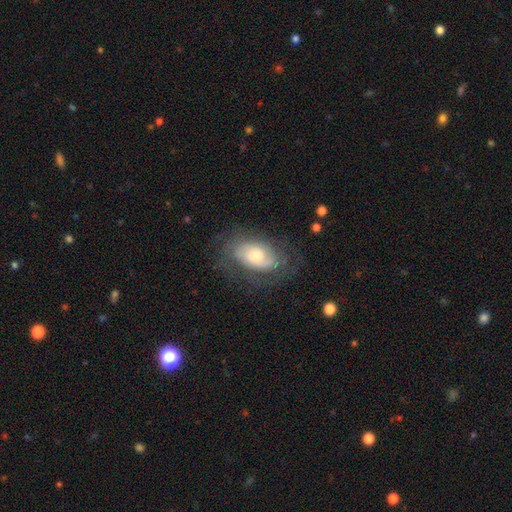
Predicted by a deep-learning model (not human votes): smooth-or-featured: featured or disk: 60% | smooth: 32% | star or artifact: 8%
  disk-edge-on: no: 94% | yes: 6%
    bar: no: 74% | weak: 22% | strong: 5%
    has-spiral-arms: yes: 77% | no: 23%
    bulge-size: moderate: 50% | small: 36% | large: 11% | none: 2% | dominant: 2%
  merging: none: 67% | minor disturbance: 20% | major disturbance: 12% | merger: 1%